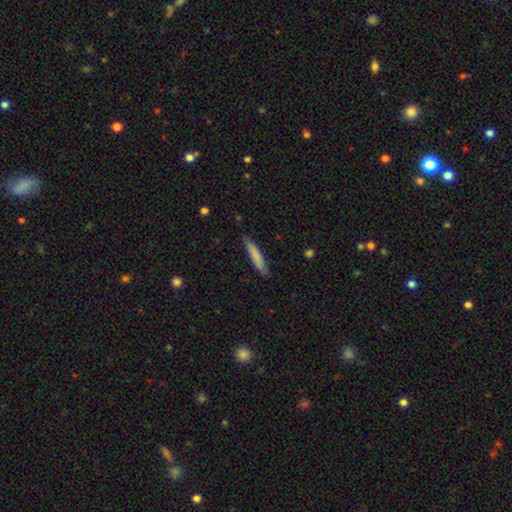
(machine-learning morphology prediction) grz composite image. It shows a smooth galaxy with no disk features (77%) that is cigar-shaped (90%). Merging: none (83%).